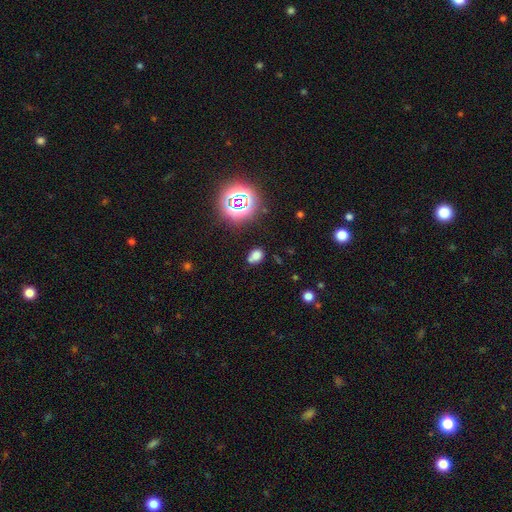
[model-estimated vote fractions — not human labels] Q: Smooth or featured?
A: smooth (67%); runner-up: star or artifact (24%)
Q: How rounded?
A: in between (68%); runner-up: round (31%)
Q: Merging?
A: none (61%); runner-up: minor disturbance (20%)